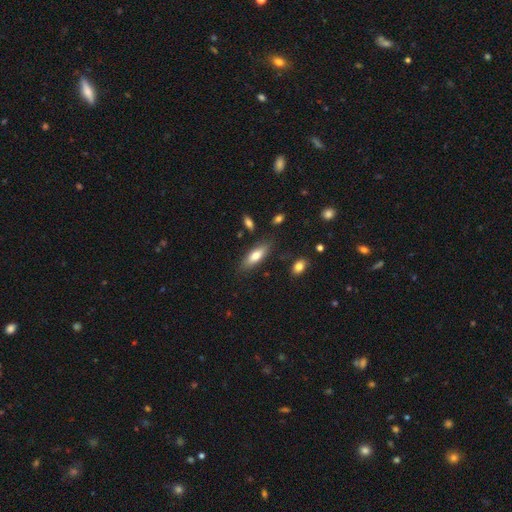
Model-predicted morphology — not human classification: smooth_or_featured: smooth (p=0.75) [alt: featured or disk p=0.19]
how_rounded: in between (p=0.59) [alt: cigar-shaped p=0.39]
merging: none (p=0.81) [alt: minor disturbance p=0.13]